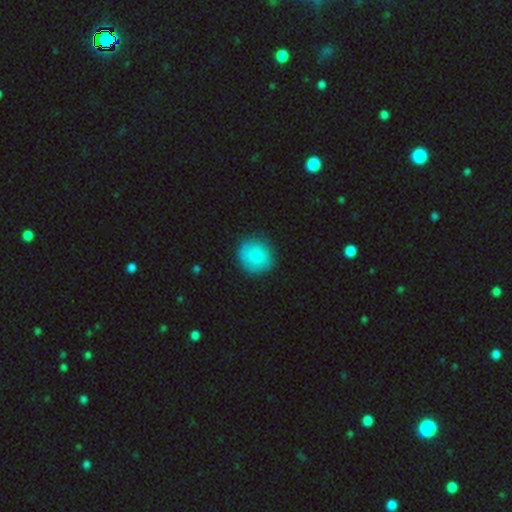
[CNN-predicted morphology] Overall: smooth (81%). How rounded: round (89%). Merging: none (83%).